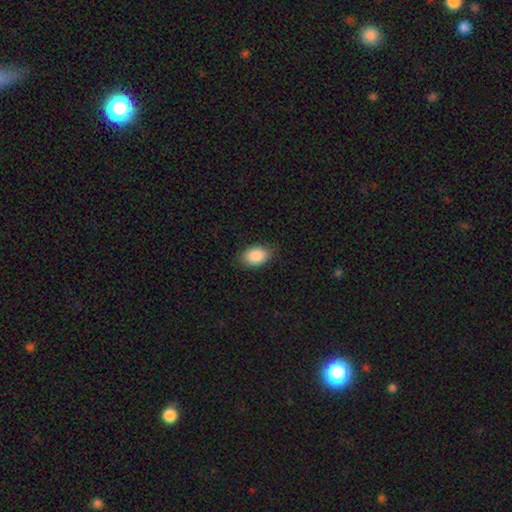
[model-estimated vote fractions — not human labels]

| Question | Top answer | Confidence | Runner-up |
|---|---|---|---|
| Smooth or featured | smooth | 88% | star or artifact (7%) |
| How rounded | in between | 87% | round (11%) |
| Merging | none | 83% | minor disturbance (14%) |